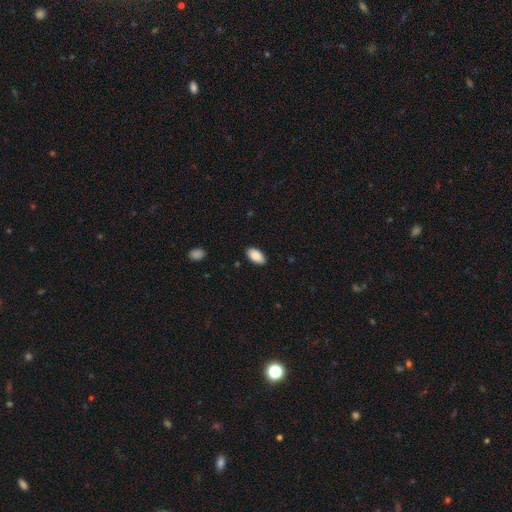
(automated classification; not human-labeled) Smooth or featured? smooth (89%)
How rounded? in between (95%)
Merging? none (88%)